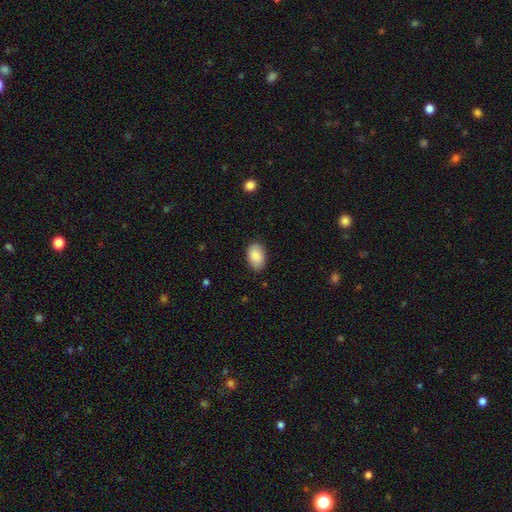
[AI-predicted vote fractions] smooth 87%, star or artifact 7%, featured or disk 6%. Down the decision tree: how rounded — in between (90%); merging — none (84%).